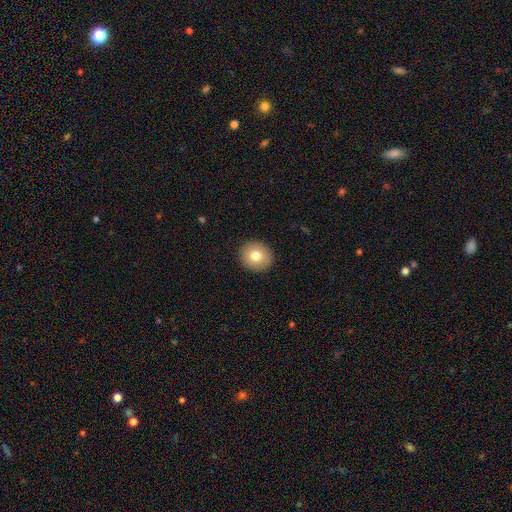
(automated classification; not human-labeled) smooth 77%, featured or disk 14%, star or artifact 9%. Down the decision tree: how rounded — round (88%); merging — none (92%).